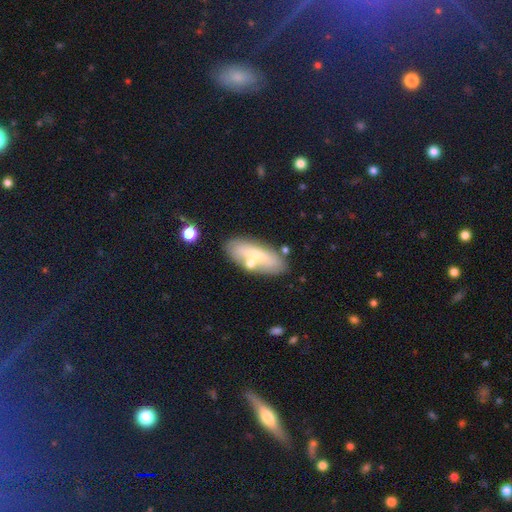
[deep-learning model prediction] smooth_or_featured: smooth (p=0.62) [alt: featured or disk p=0.30]
how_rounded: in between (p=0.70) [alt: cigar-shaped p=0.27]
merging: none (p=0.74) [alt: minor disturbance p=0.14]